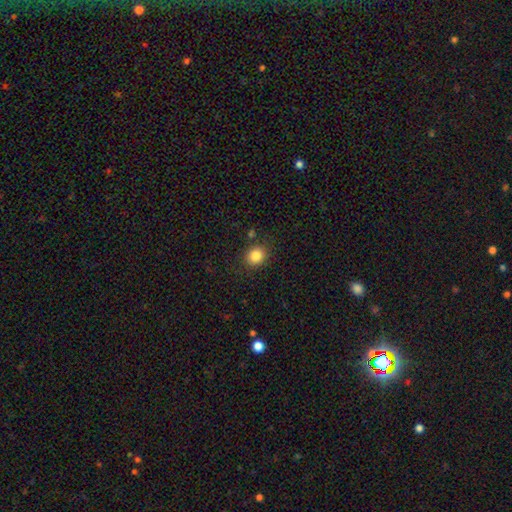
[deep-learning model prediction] Smooth or featured? Predicted: smooth (p=0.85). How rounded? Predicted: round (p=0.73). Merging? Predicted: none (p=0.86).